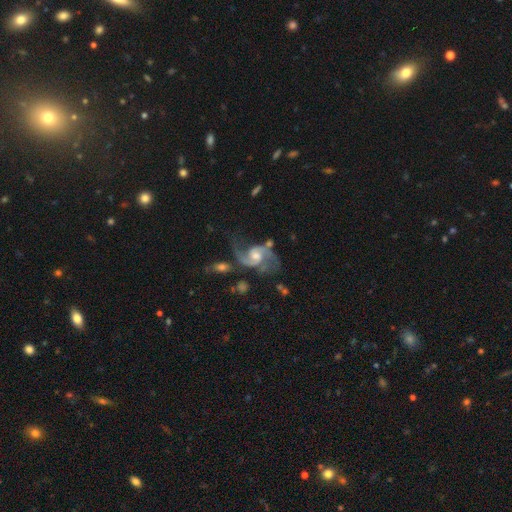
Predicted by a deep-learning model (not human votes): Smooth or featured?
  - featured or disk: 88% *
  - smooth: 6%
  - star or artifact: 6%
Edge-on disk?
  - no: 98% *
  - yes: 2%
Bar?
  - no: 54% *
  - weak: 38%
  - strong: 8%
Spiral arms?
  - yes: 96% *
  - no: 4%
Spiral winding?
  - medium: 45% *
  - loose: 44%
  - tight: 11%
Spiral arm count?
  - 2: 86% *
  - can't tell: 4%
  - 1: 3%
  - 3: 3%
  - 4: 1%
  - more than 4: 1%
Bulge size?
  - moderate: 59% *
  - small: 25%
  - large: 11%
  - none: 4%
  - dominant: 1%
Merging?
  - none: 47% *
  - major disturbance: 23%
  - minor disturbance: 20%
  - merger: 10%